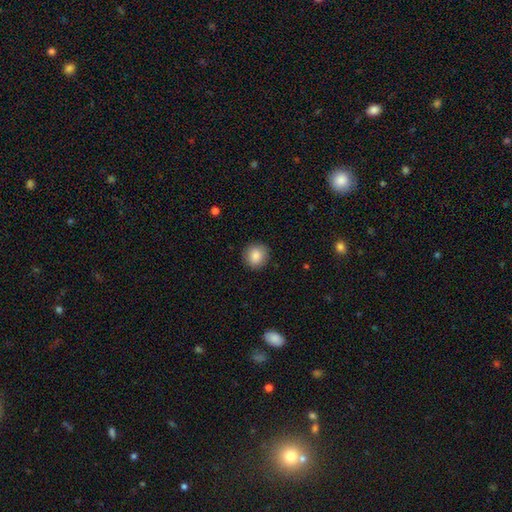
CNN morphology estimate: This appears to be a smooth galaxy with no disk features (86%) that is round (87%). Merging: none (89%).